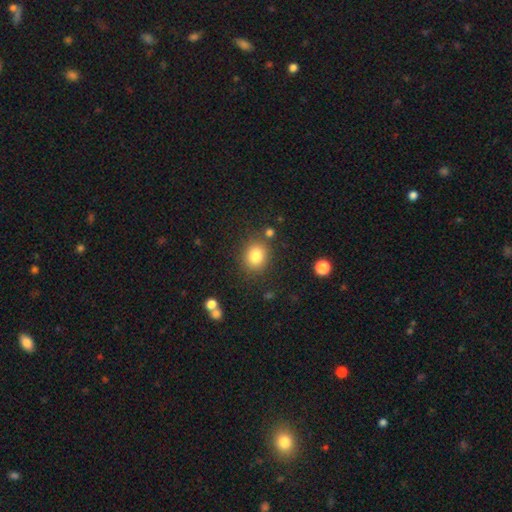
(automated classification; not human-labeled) A smooth galaxy with no disk features (82%) that is round (68%).

Vote fractions:
- Smooth or featured? smooth: 82% / star or artifact: 11% / featured or disk: 7%
- How rounded? round: 68% / in between: 31% / cigar-shaped: 1%
- Merging? none: 82% / minor disturbance: 10% / merger: 5% / major disturbance: 3%